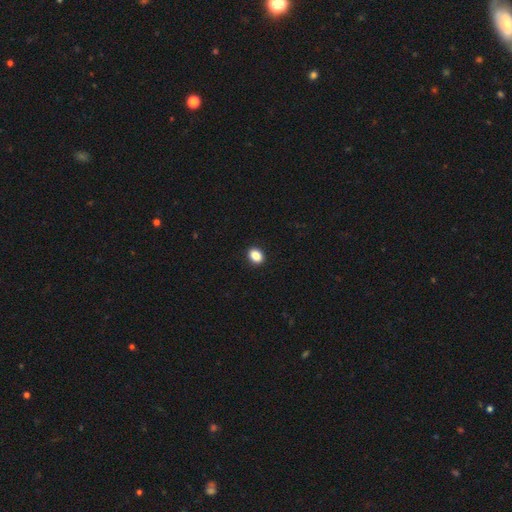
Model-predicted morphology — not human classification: This appears to be a smooth galaxy with no disk features (88%) that is in between round and cigar-shaped (59%). Merging: none (92%).